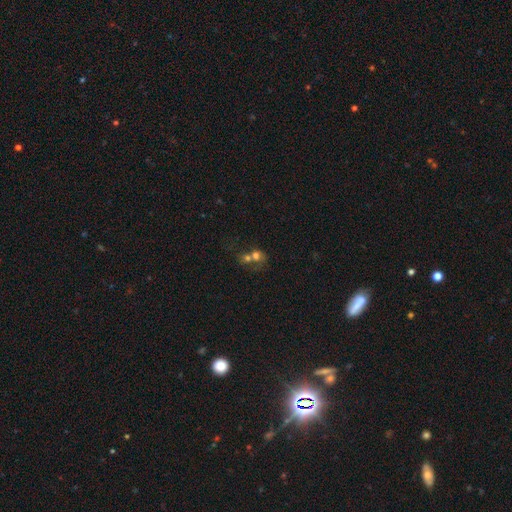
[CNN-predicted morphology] type=smooth (65%); roundness=round (69%); merging=merger (68%).